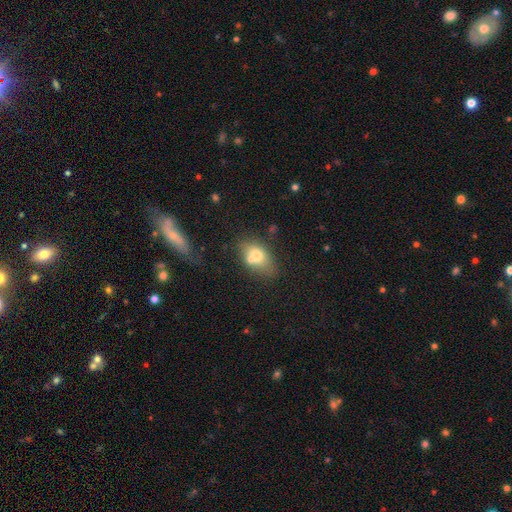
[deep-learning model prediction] The model was most divided on "merging": none: 45%, merger: 31%, minor disturbance: 17%, major disturbance: 6%. More confident: how rounded — in between (80%); smooth or featured — smooth (68%).